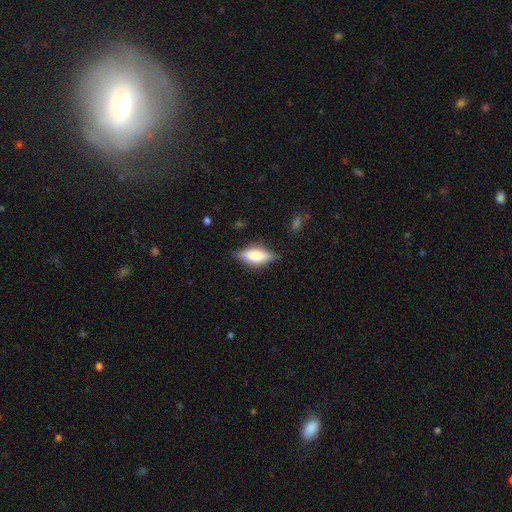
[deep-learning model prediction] smooth 60%, featured or disk 33%, star or artifact 8%. Down the decision tree: how rounded — in between (77%); merging — none (73%).